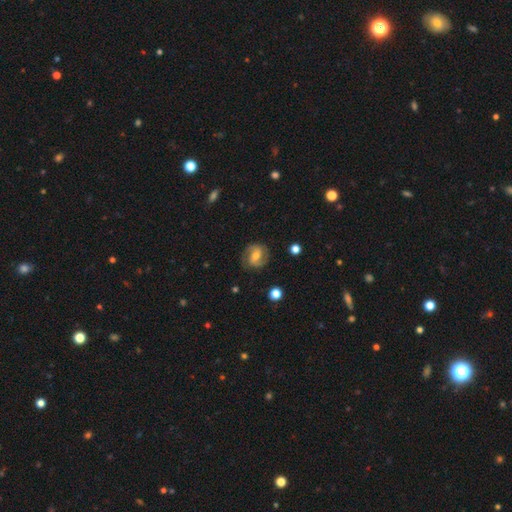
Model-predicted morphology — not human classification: This is likely a featured or disk galaxy (72%). It is clearly not viewed edge-on (97%). Bar: possibly weak (47%). Spiral arm pattern: clearly yes (93%). Spiral arm count: clearly 2 (89%). Spiral winding: possibly medium (50%). Central bulge: possibly moderate (57%). Merging: clearly none (82%).